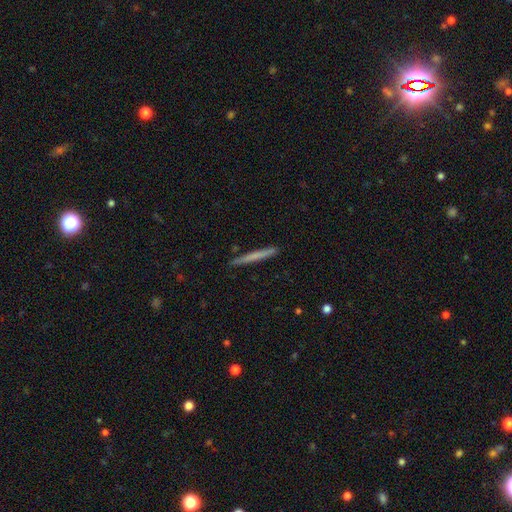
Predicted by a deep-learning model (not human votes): smooth 61%, featured or disk 33%, star or artifact 6%. Down the decision tree: how rounded — cigar-shaped (97%); merging — none (91%).